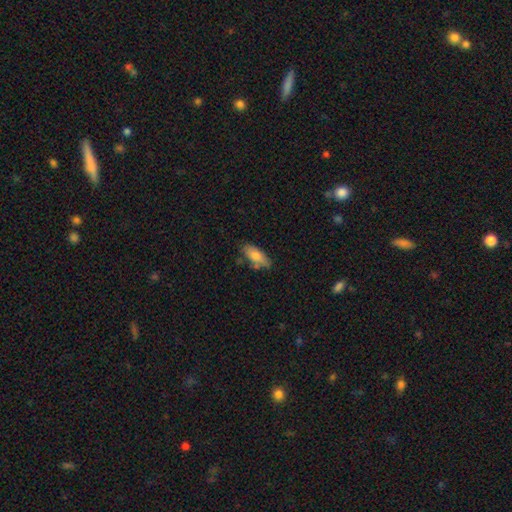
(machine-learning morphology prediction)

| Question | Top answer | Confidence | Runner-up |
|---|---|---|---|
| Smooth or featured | smooth | 79% | featured or disk (14%) |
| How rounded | in between | 79% | cigar-shaped (19%) |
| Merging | none | 66% | minor disturbance (22%) |